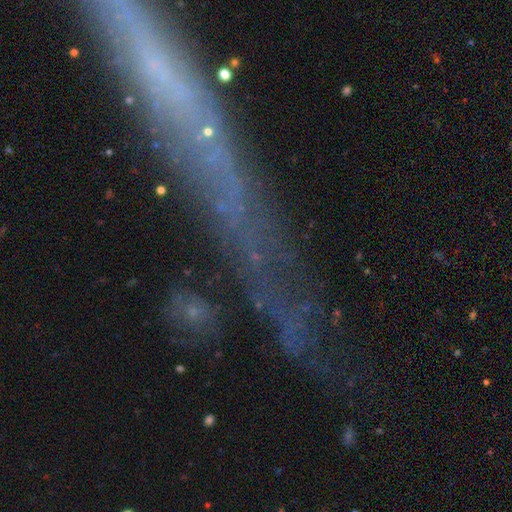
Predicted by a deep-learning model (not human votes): Q: Smooth or featured?
A: featured or disk (43%); runner-up: star or artifact (31%)
Q: Merging?
A: none (62%); runner-up: minor disturbance (16%)